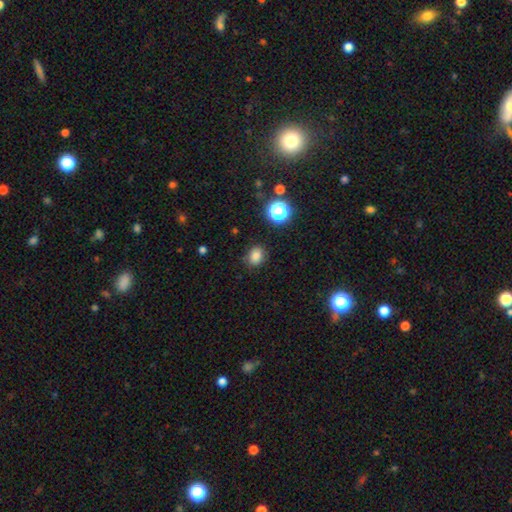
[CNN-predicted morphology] Q: Smooth or featured?
A: smooth (82%); runner-up: star or artifact (13%)
Q: How rounded?
A: round (55%); runner-up: in between (44%)
Q: Merging?
A: none (84%); runner-up: minor disturbance (11%)